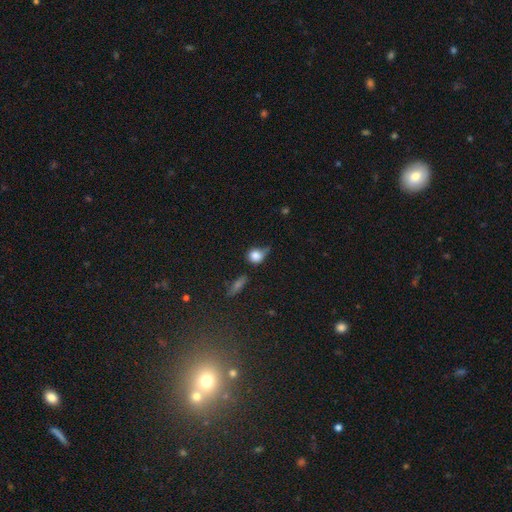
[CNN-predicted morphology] Smooth or featured?
  - smooth: 80% *
  - star or artifact: 11%
  - featured or disk: 9%
How rounded?
  - round: 75% *
  - in between: 22%
  - cigar-shaped: 3%
Merging?
  - none: 43% *
  - minor disturbance: 33%
  - major disturbance: 15%
  - merger: 9%